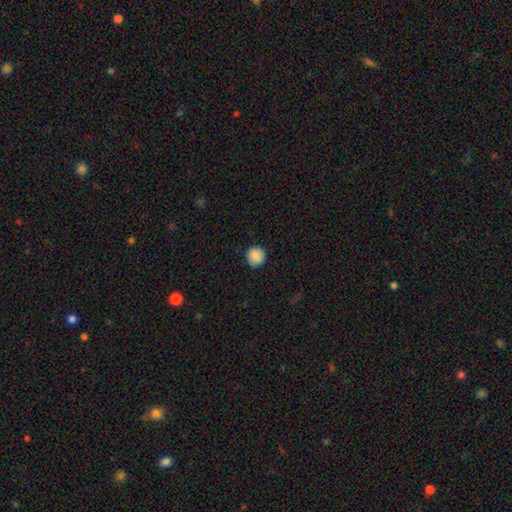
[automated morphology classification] smooth-or-featured: smooth: 88% | star or artifact: 8% | featured or disk: 4%
  how-rounded: round: 91% | in between: 8% | cigar-shaped: 1%
  merging: none: 87% | minor disturbance: 10% | major disturbance: 2% | merger: 1%